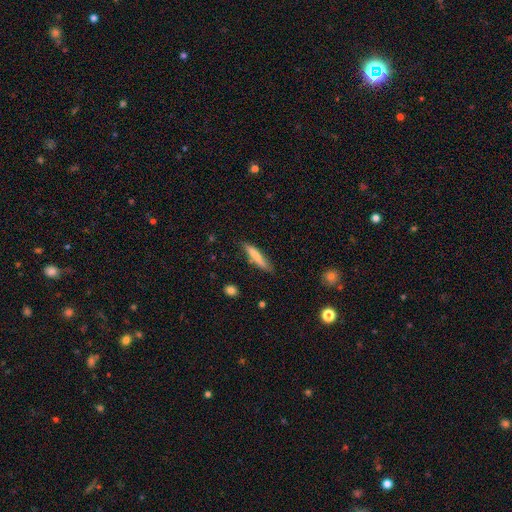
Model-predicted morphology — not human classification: A smooth galaxy with no disk features (76%) that is cigar-shaped (89%).

Vote fractions:
- Smooth or featured? smooth: 76% / featured or disk: 19% / star or artifact: 6%
- How rounded? cigar-shaped: 89% / in between: 10% / round: 1%
- Merging? none: 77% / minor disturbance: 17% / major disturbance: 3% / merger: 2%